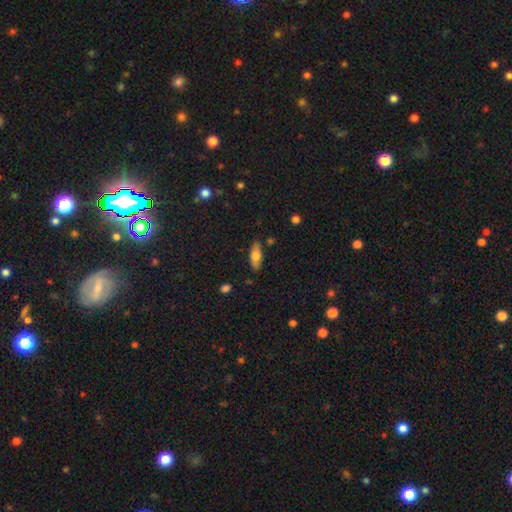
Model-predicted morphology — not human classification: type=smooth (64%); roundness=in between (68%); merging=none (83%).